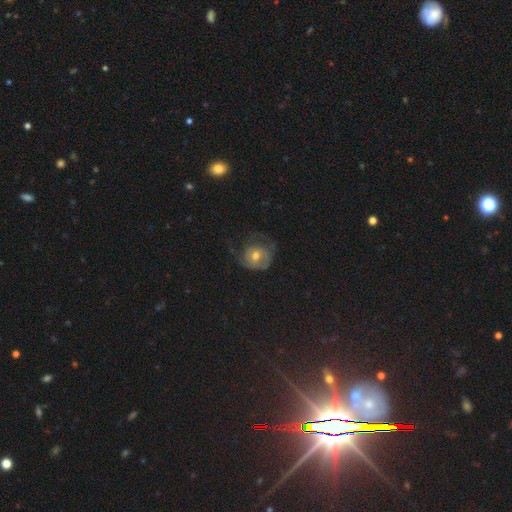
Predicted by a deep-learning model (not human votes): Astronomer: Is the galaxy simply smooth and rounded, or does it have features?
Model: featured or disk — 47% (runner-up: smooth, 44%).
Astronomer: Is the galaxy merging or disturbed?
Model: none — 46% (runner-up: major disturbance, 28%).